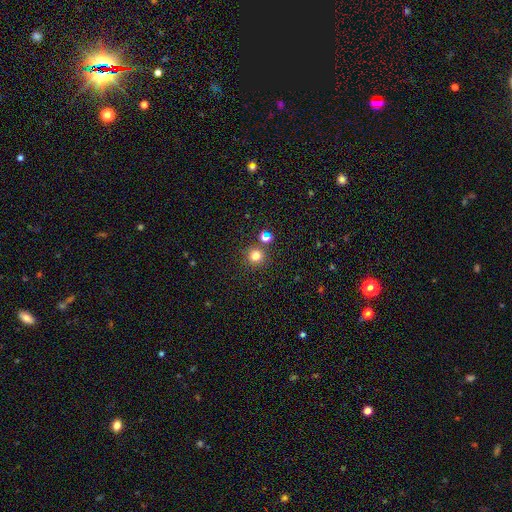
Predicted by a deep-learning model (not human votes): This is likely a smooth galaxy (77%). How rounded: clearly round (94%). Merging: clearly none (82%).